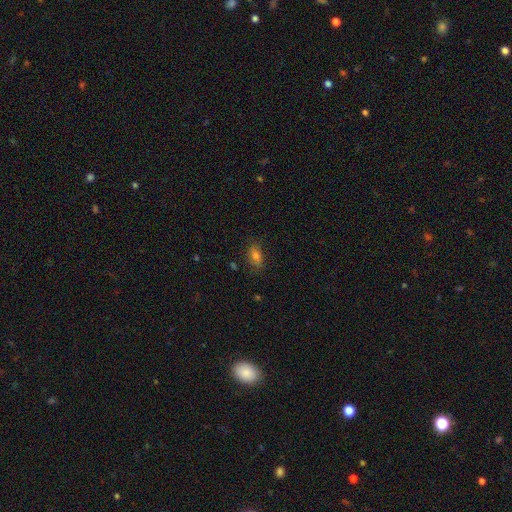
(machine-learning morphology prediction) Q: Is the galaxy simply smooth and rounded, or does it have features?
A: smooth — 71%.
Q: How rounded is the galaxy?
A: in between — 83%.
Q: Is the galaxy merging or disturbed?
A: none — 80%.